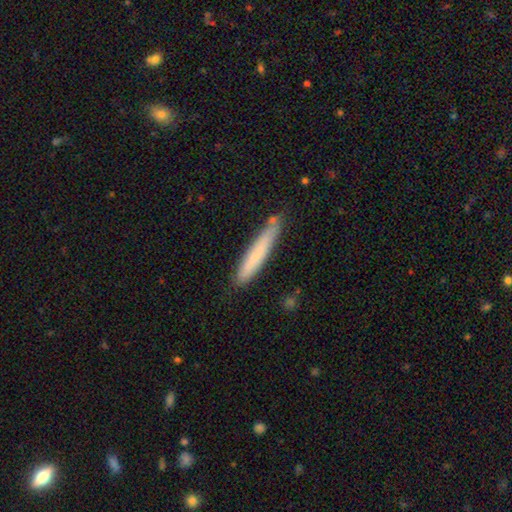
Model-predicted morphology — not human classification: A smooth galaxy with no disk features (72%) that is cigar-shaped (94%). Merging: none (78%).